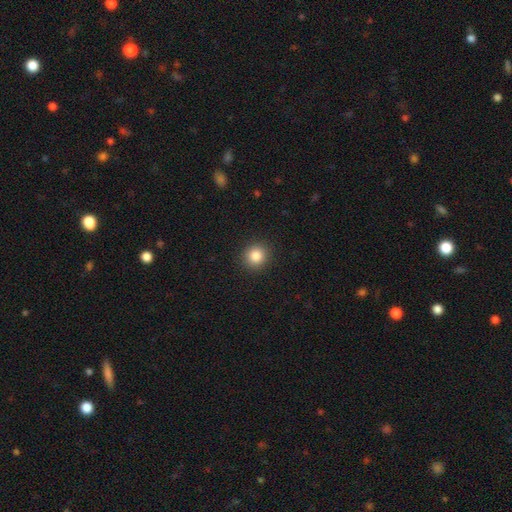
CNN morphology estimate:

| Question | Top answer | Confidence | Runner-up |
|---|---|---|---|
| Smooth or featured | smooth | 85% | star or artifact (10%) |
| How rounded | round | 90% | in between (10%) |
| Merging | none | 92% | minor disturbance (6%) |